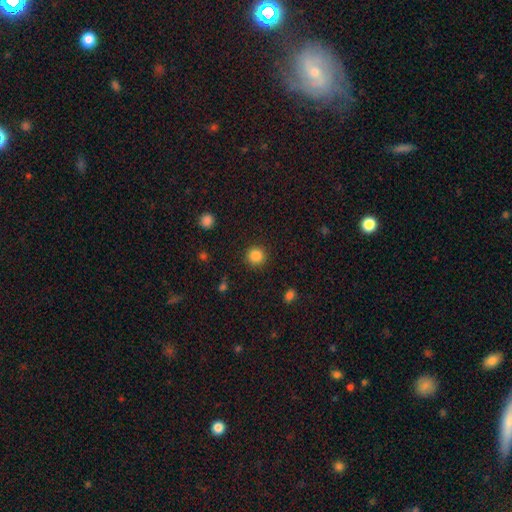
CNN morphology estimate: This appears to be a smooth galaxy with no disk features (85%) that is round (94%). Merging: none (91%).